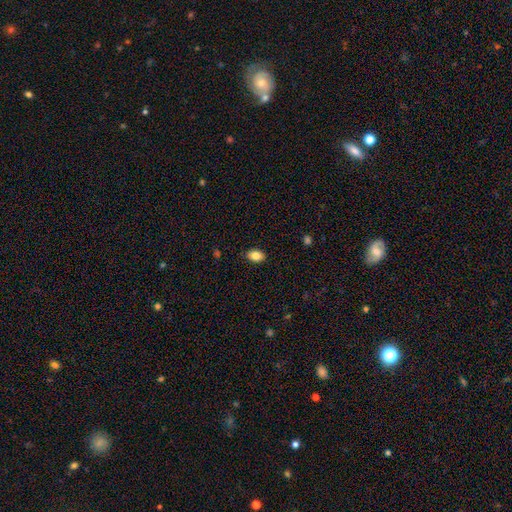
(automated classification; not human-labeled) This is clearly a smooth galaxy (84%). How rounded: clearly in between (85%). Merging: clearly none (88%).